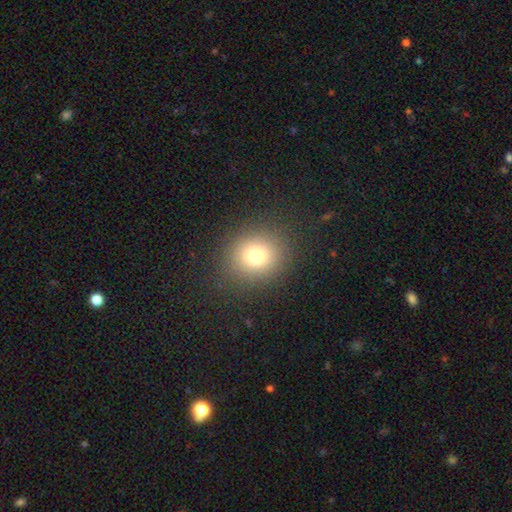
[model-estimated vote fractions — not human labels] The model was most divided on "smooth or featured": smooth: 74%, star or artifact: 17%, featured or disk: 9%. More confident: merging — none (88%); how rounded — round (86%).